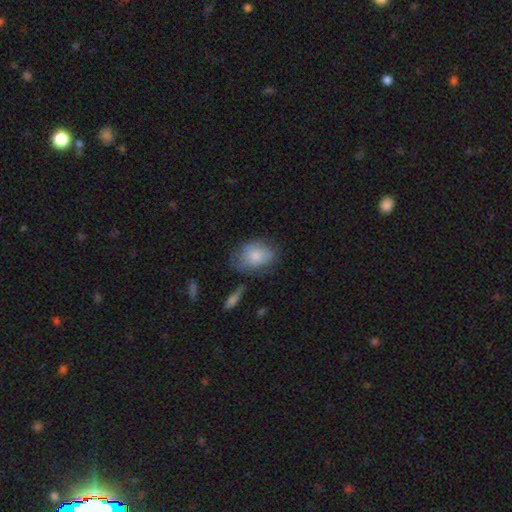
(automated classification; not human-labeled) This appears to be a smooth galaxy with no disk features (82%) that is in between round and cigar-shaped (73%). Merging: none (57%).